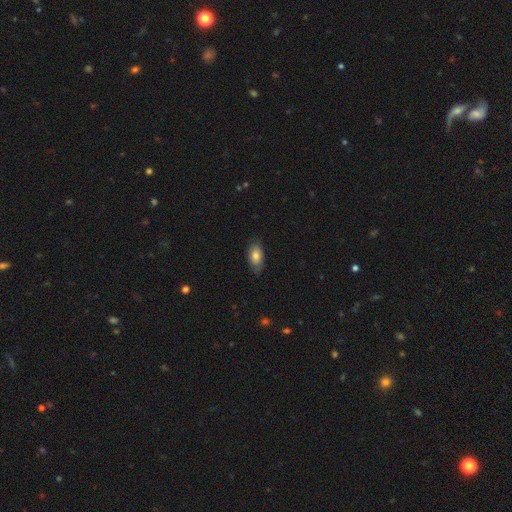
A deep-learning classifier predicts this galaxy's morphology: This is likely a smooth galaxy (79%). How rounded: clearly in between (91%). Merging: likely none (78%).